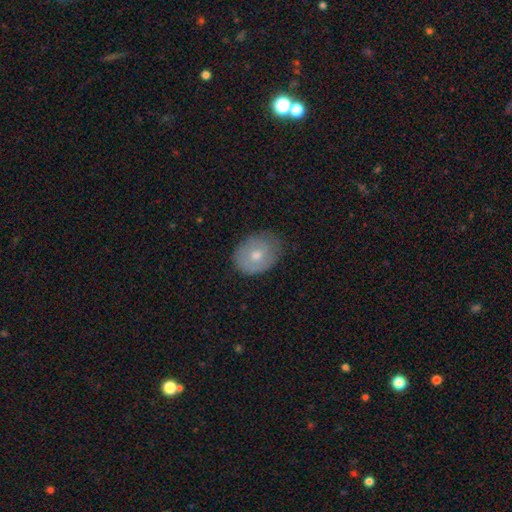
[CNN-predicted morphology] A smooth galaxy with no disk features (64%) that is in between round and cigar-shaped (54%). Merging: none (70%).